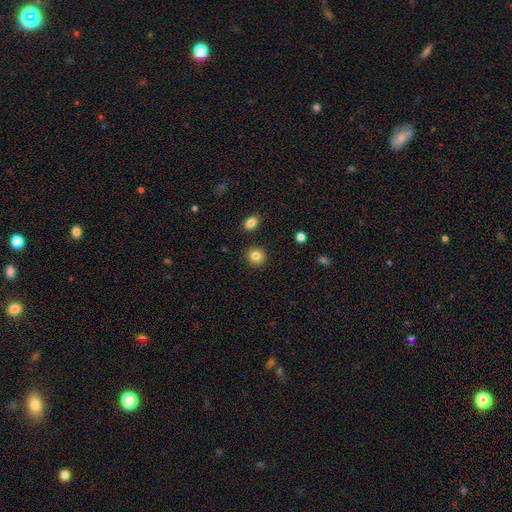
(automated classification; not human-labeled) This appears to be a smooth galaxy with no disk features (83%) that is round (88%). Merging: none (90%).